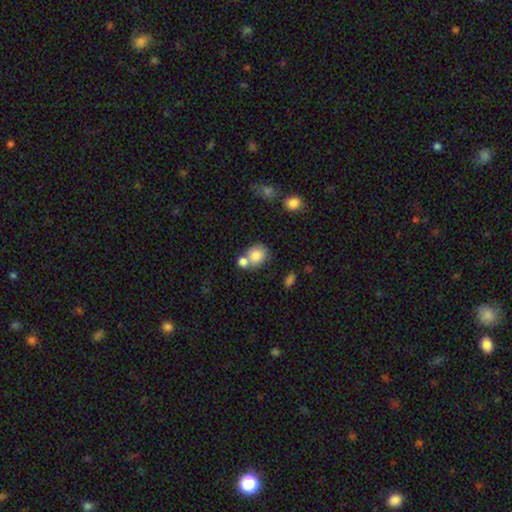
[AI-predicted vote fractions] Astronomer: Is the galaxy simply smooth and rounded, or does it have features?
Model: smooth — 82%.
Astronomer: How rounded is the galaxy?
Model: round — 69%.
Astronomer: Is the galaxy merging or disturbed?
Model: merger — 43% (runner-up: none, 41%).